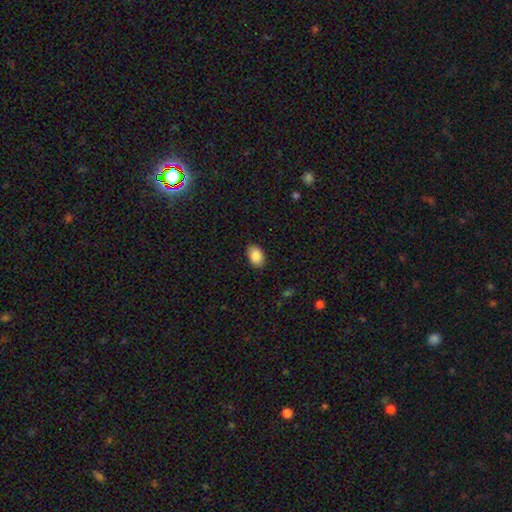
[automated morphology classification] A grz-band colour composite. It shows a smooth galaxy with no disk features (89%) that is in between round and cigar-shaped (85%). Merging: none (88%).